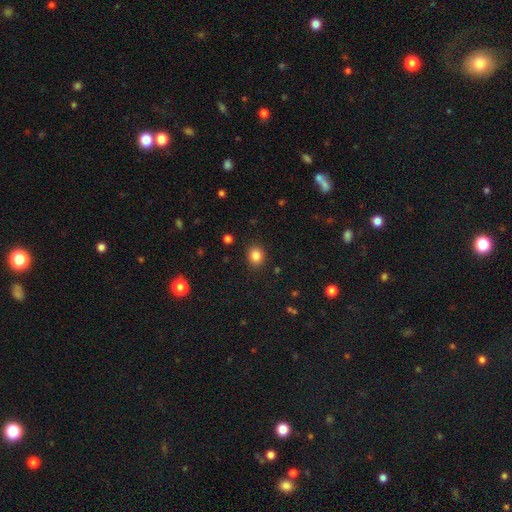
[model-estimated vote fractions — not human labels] Smooth or featured? smooth (84%)
How rounded? round (70%)
Merging? none (89%)